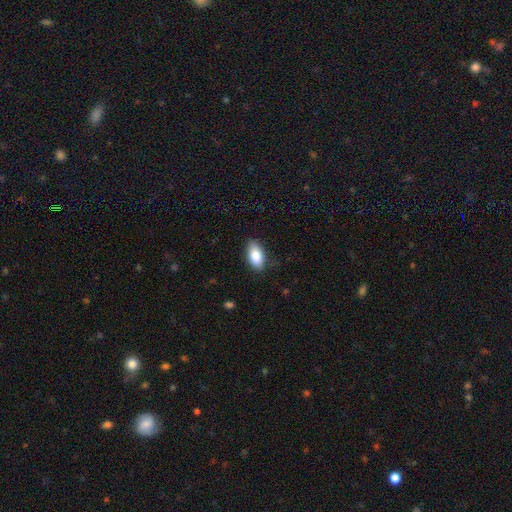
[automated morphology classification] The model was most divided on "merging": none: 84%, minor disturbance: 13%, major disturbance: 3%, merger: 1%. More confident: how rounded — in between (92%); smooth or featured — smooth (85%).